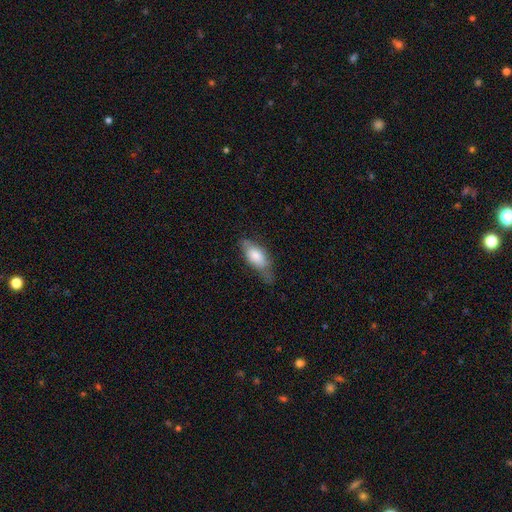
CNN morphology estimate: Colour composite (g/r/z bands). It shows a smooth galaxy with no disk features (72%) that is in between round and cigar-shaped (81%). Merging: none (50%).